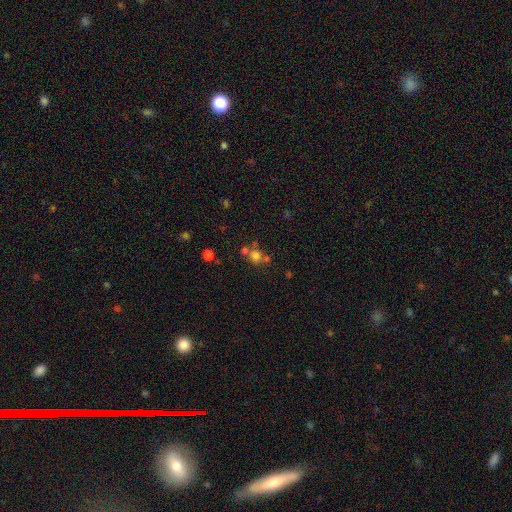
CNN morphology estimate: smooth 70%, star or artifact 19%, featured or disk 11%. Down the decision tree: how rounded — round (87%); merging — none (55%).